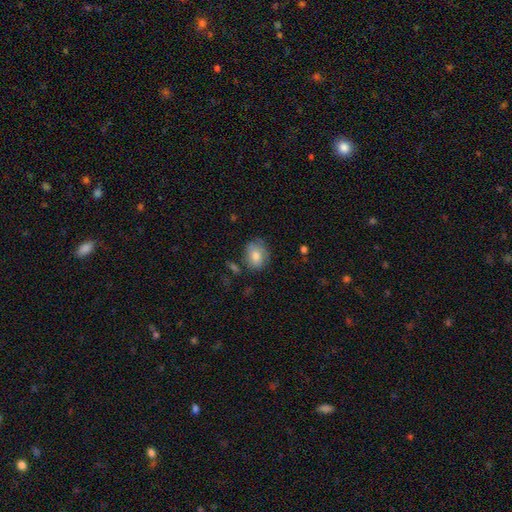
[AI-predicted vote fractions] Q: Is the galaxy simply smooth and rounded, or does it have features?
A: smooth — 79%.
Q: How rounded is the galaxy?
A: round — 52%.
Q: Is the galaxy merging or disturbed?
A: none — 69%.